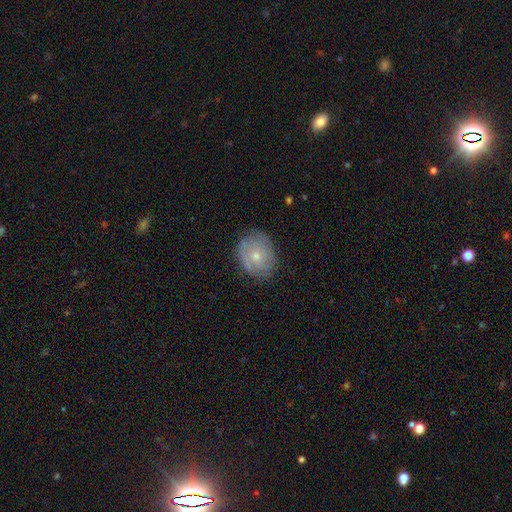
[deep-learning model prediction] Q: Smooth or featured?
A: smooth (57%); runner-up: featured or disk (35%)
Q: How rounded?
A: round (62%); runner-up: in between (37%)
Q: Merging?
A: none (75%); runner-up: minor disturbance (19%)